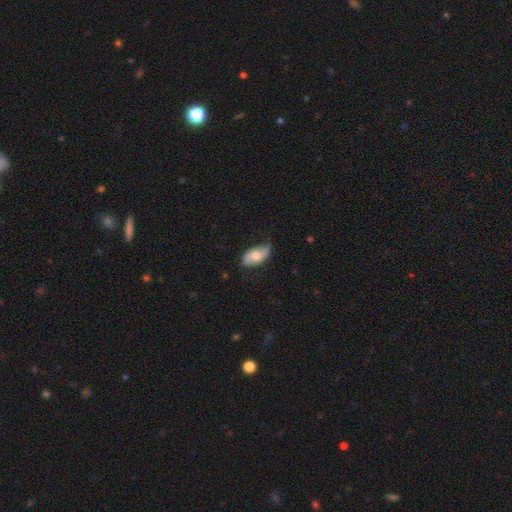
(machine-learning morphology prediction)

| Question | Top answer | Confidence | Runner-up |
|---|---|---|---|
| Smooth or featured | featured or disk | 48% | smooth (46%) |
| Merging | none | 68% | minor disturbance (25%) |